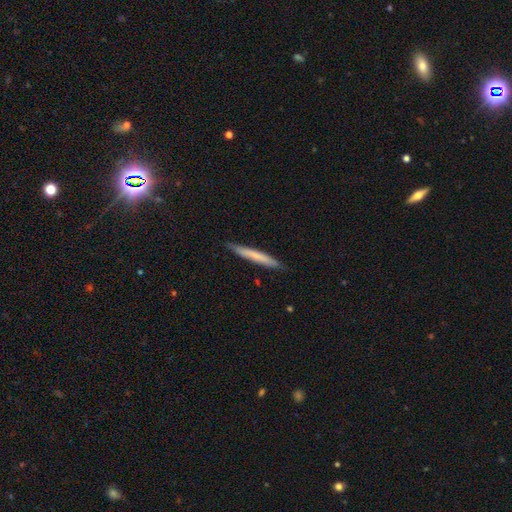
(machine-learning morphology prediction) smooth-or-featured: smooth: 65% | featured or disk: 30% | star or artifact: 6%
  how-rounded: cigar-shaped: 96% | in between: 3% | round: 1%
  merging: none: 89% | minor disturbance: 9% | major disturbance: 1% | merger: 1%